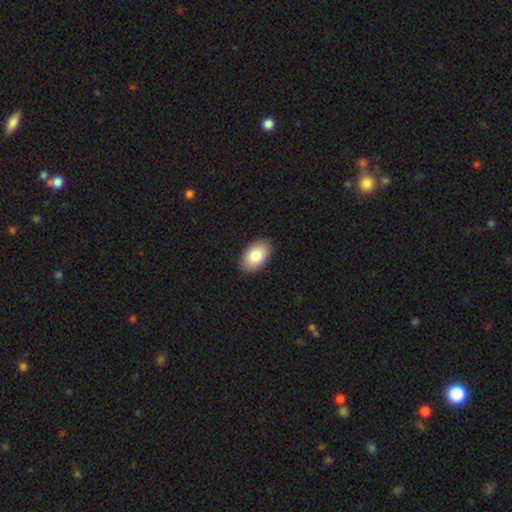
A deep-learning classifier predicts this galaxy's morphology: A smooth galaxy with no disk features (85%) that is in between round and cigar-shaped (94%). Merging: none (88%).